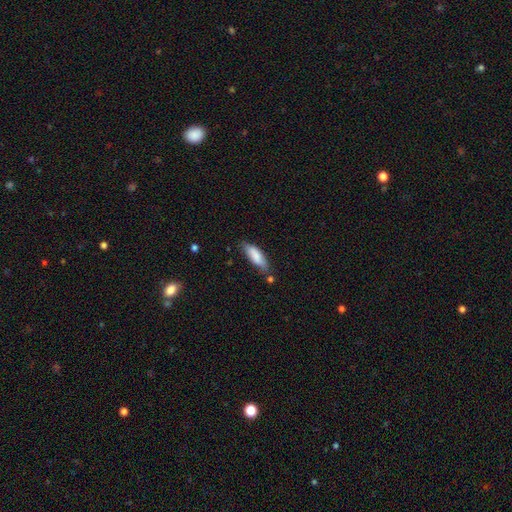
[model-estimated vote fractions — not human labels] A smooth galaxy with no disk features (82%) that is in between round and cigar-shaped (55%). Merging: none (64%).